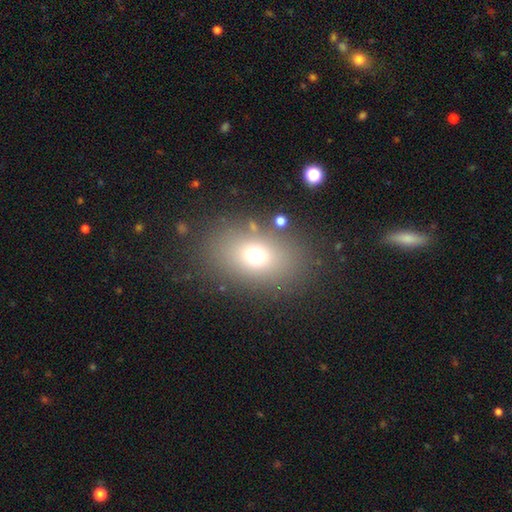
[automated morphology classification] Smooth or featured? smooth (70%)
How rounded? in between (73%)
Merging? none (83%)